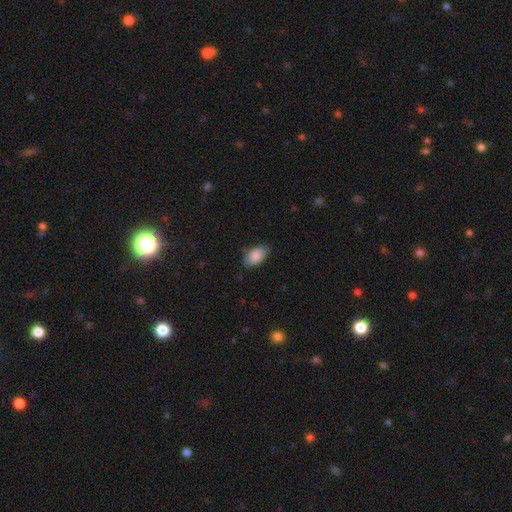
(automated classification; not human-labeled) smooth_or_featured: smooth (p=0.87) [alt: star or artifact p=0.07]
how_rounded: in between (p=0.93) [alt: round p=0.04]
merging: none (p=0.75) [alt: minor disturbance p=0.20]